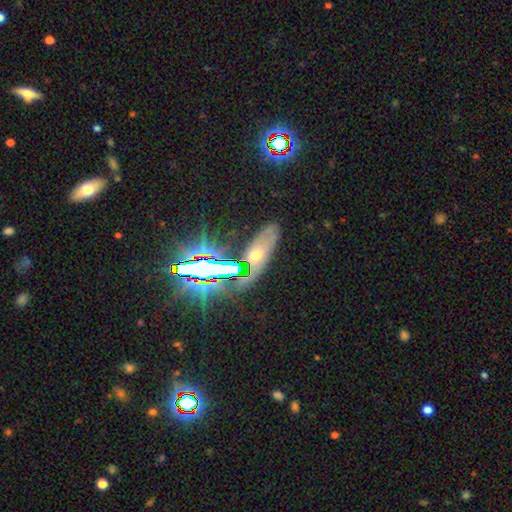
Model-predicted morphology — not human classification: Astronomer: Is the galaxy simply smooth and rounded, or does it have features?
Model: star or artifact — 36% (runner-up: featured or disk, 33%).